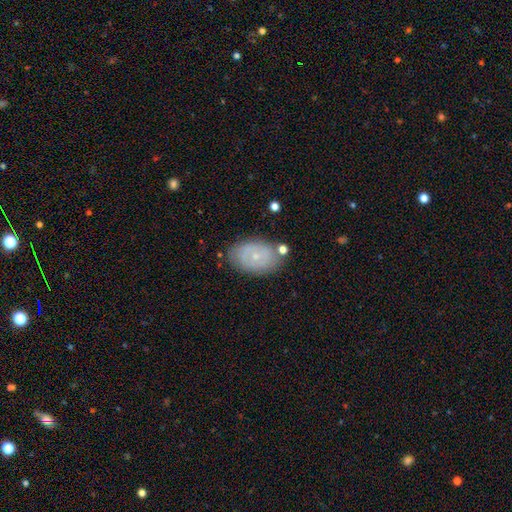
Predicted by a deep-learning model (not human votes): Morphology: type=featured or disk (54%); edge-on=no (95%); bar=no (82%); spiral arms=yes (55%); bulge=small (76%); merging=none (75%).